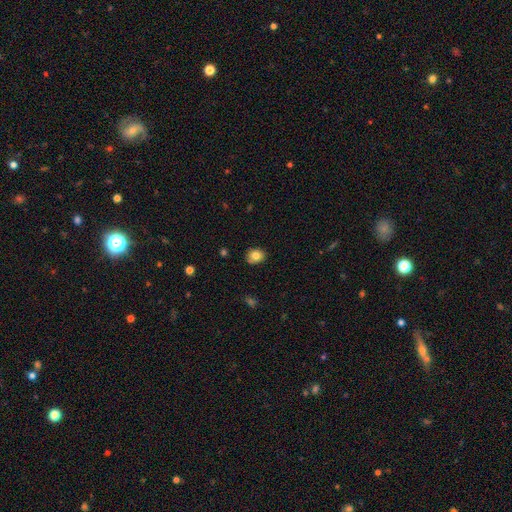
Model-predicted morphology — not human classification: Smooth or featured? Predicted: smooth (p=0.81). How rounded? Predicted: round (p=0.64). Merging? Predicted: none (p=0.85).